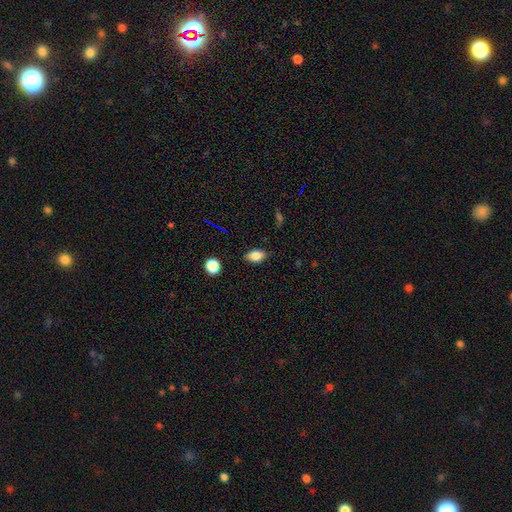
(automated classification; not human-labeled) The model was most divided on "smooth or featured": smooth: 82%, star or artifact: 10%, featured or disk: 8%. More confident: how rounded — in between (87%); merging — none (84%).